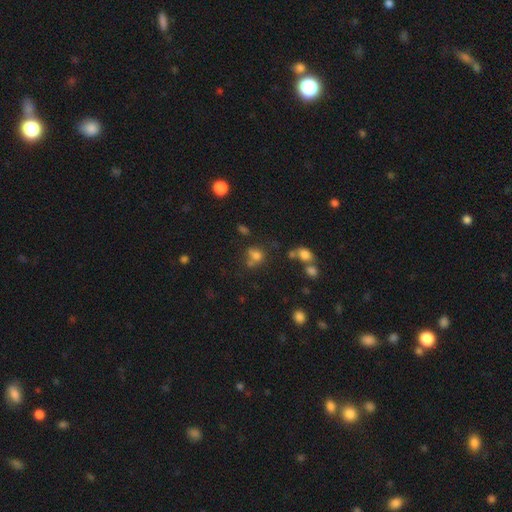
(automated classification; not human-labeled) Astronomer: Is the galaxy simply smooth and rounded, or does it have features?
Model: smooth — 70%.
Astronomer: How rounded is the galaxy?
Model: round — 64%.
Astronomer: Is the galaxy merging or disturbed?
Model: none — 46% (runner-up: merger, 27%).